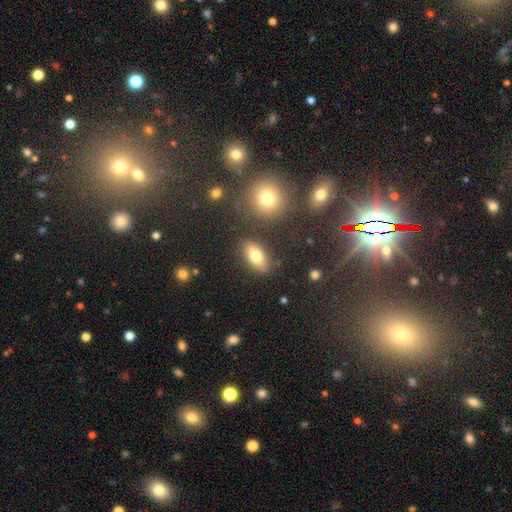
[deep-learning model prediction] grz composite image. It shows a smooth galaxy with no disk features (79%) that is in between round and cigar-shaped (87%). Merging: none (84%).